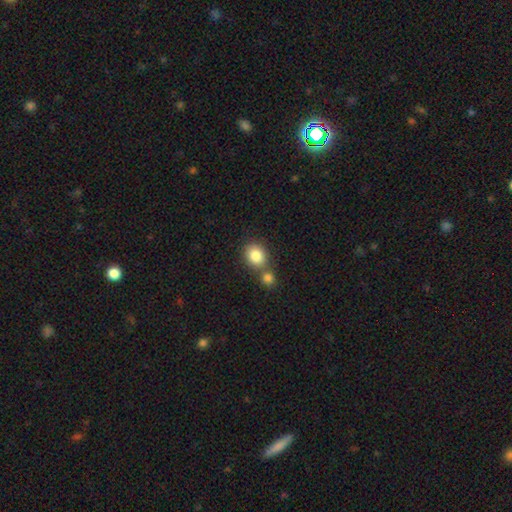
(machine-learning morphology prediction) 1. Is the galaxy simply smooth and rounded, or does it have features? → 84% smooth, 9% star or artifact, 7% featured or disk.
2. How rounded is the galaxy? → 63% round, 36% in between, 1% cigar-shaped.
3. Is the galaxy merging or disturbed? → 50% none, 39% merger, 9% minor disturbance, 3% major disturbance.